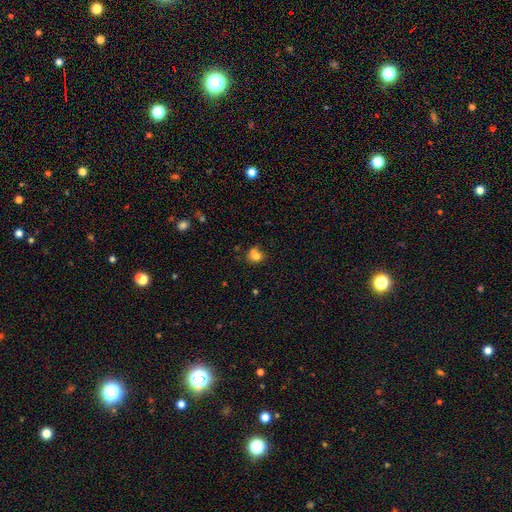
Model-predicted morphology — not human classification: The model was most divided on "merging": none: 46%, minor disturbance: 23%, merger: 21%, major disturbance: 10%. More confident: smooth or featured — smooth (76%); how rounded — round (69%).